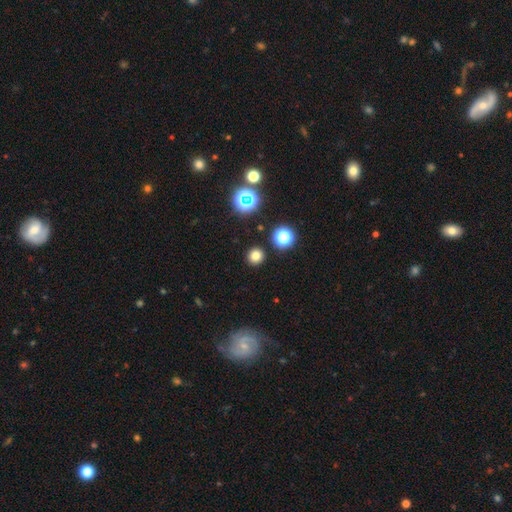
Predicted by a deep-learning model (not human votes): A smooth galaxy with no disk features (76%) that is round (92%).

Vote fractions:
- Smooth or featured? smooth: 76% / star or artifact: 18% / featured or disk: 6%
- How rounded? round: 92% / in between: 7% / cigar-shaped: 1%
- Merging? none: 91% / minor disturbance: 5% / major disturbance: 2% / merger: 2%